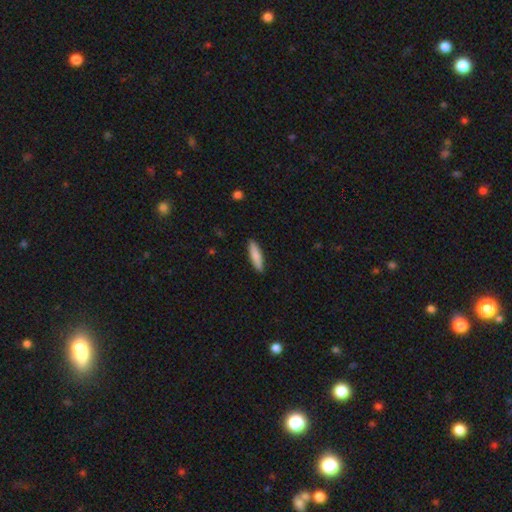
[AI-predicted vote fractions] Smooth or featured: smooth — 82% (featured or disk — 12%)
How rounded: cigar-shaped — 73% (in between — 26%)
Merging: none — 90% (minor disturbance — 7%)